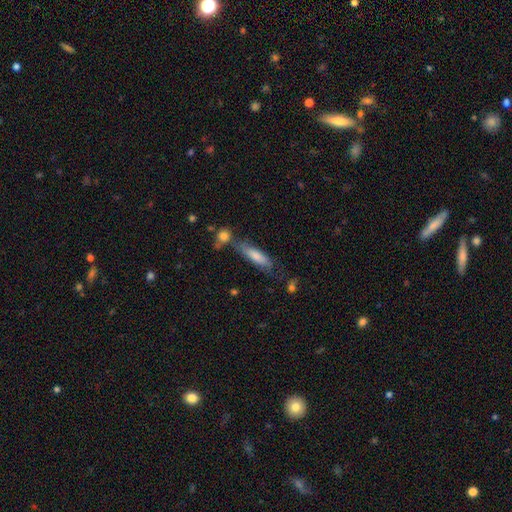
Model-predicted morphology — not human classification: smooth_or_featured: smooth (p=0.65) [alt: featured or disk p=0.27]
how_rounded: cigar-shaped (p=0.70) [alt: in between p=0.28]
merging: none (p=0.60) [alt: minor disturbance p=0.19]